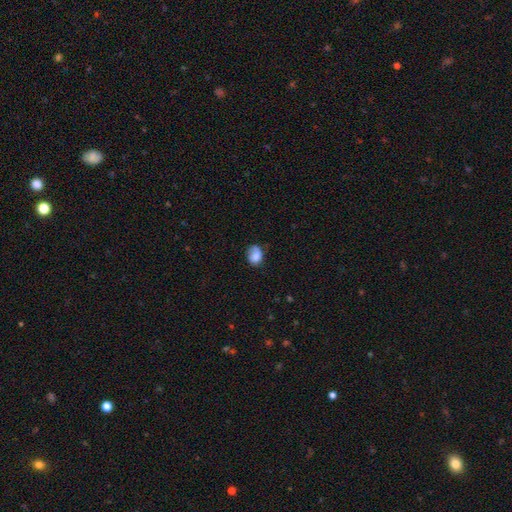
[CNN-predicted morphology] Smooth or featured: smooth — 80% (featured or disk — 11%)
How rounded: in between — 63% (round — 36%)
Merging: none — 52% (minor disturbance — 33%)